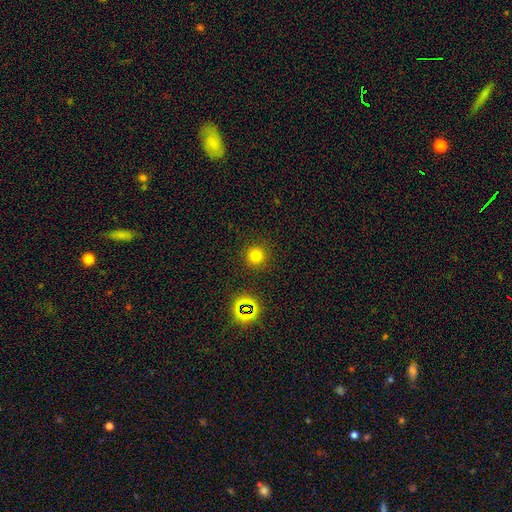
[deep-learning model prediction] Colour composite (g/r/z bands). It shows a smooth galaxy with no disk features (74%) that is round (96%). Merging: none (91%).